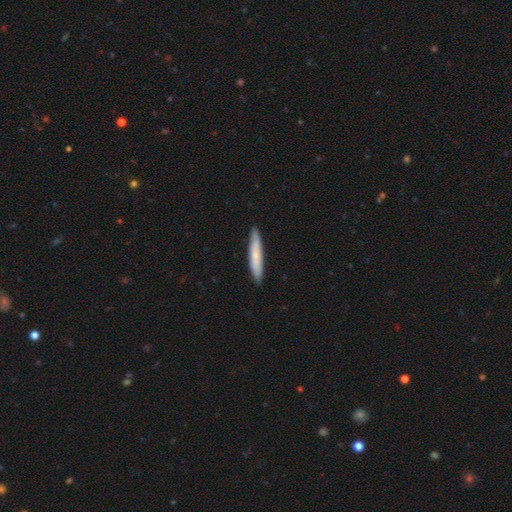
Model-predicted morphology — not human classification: This appears to be a smooth galaxy with no disk features (68%) that is cigar-shaped (92%). Merging: none (89%).